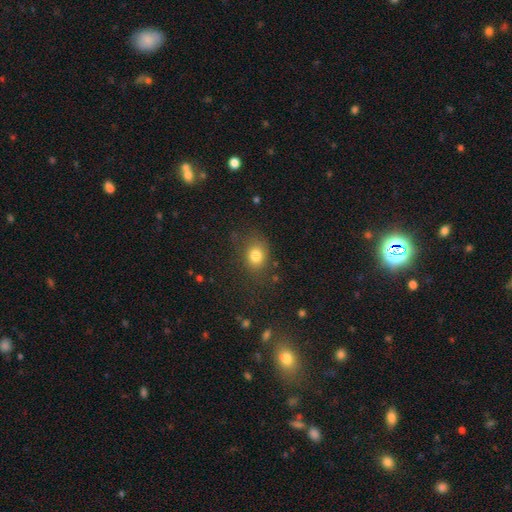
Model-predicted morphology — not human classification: Q: Smooth or featured?
A: smooth (80%); runner-up: star or artifact (12%)
Q: How rounded?
A: in between (51%); runner-up: round (48%)
Q: Merging?
A: none (70%); runner-up: minor disturbance (19%)